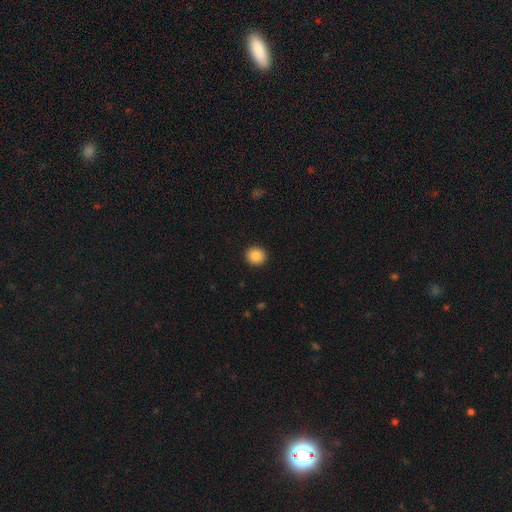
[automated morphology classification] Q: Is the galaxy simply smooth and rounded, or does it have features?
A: smooth — 87%.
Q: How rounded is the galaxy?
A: round — 91%.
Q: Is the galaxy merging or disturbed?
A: none — 93%.